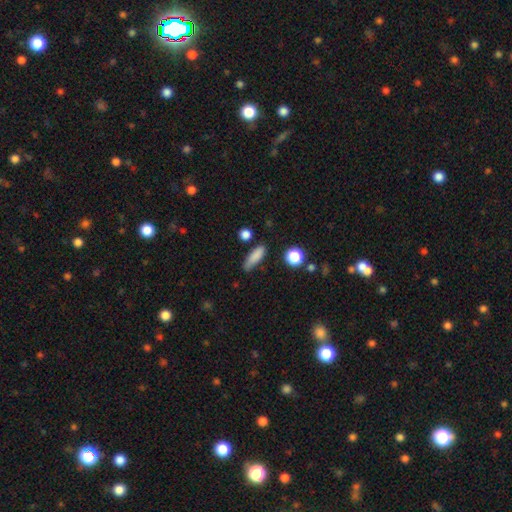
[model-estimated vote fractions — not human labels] This is clearly a smooth galaxy (83%). How rounded: possibly cigar-shaped (52%). Merging: likely none (67%).